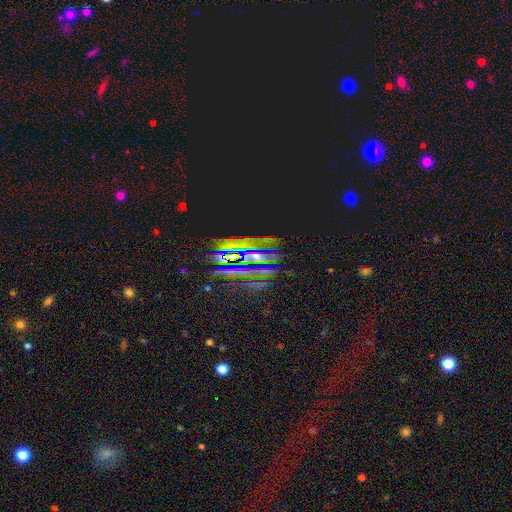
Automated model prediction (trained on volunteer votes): Morphology: type=star or artifact (59%).